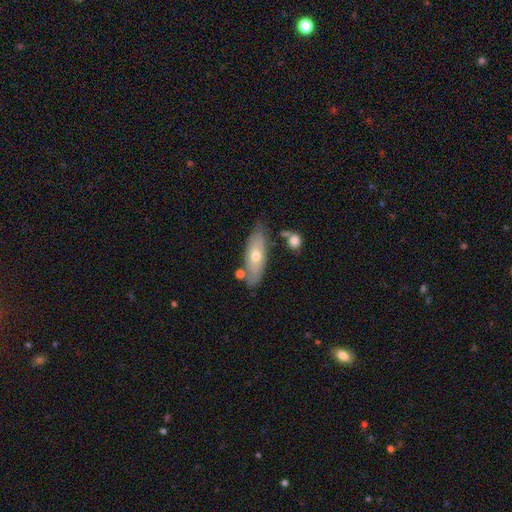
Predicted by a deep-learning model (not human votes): This is possibly a smooth galaxy (57%). How rounded: likely in between (66%). Merging: likely none (73%).